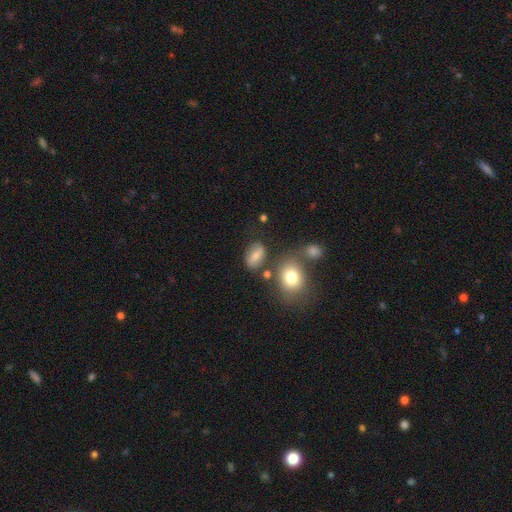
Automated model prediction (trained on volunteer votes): Smooth or featured? Predicted: smooth (p=0.65). How rounded? Predicted: in between (p=0.76). Merging? Predicted: none (p=0.71).